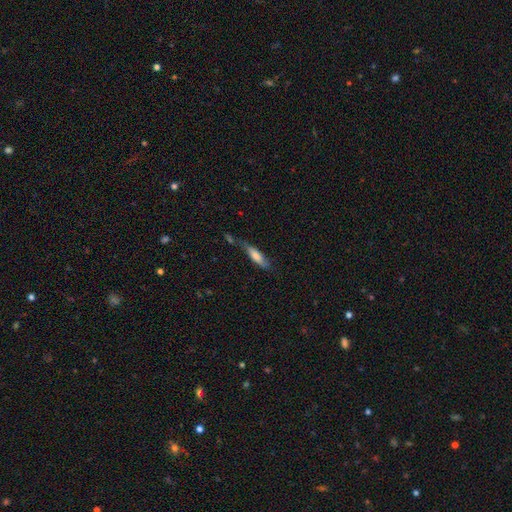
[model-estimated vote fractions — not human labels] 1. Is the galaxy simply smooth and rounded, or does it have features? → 67% smooth, 25% featured or disk, 7% star or artifact.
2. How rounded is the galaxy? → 67% cigar-shaped, 31% in between, 2% round.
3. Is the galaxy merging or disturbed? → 48% none, 24% minor disturbance, 17% merger, 11% major disturbance.